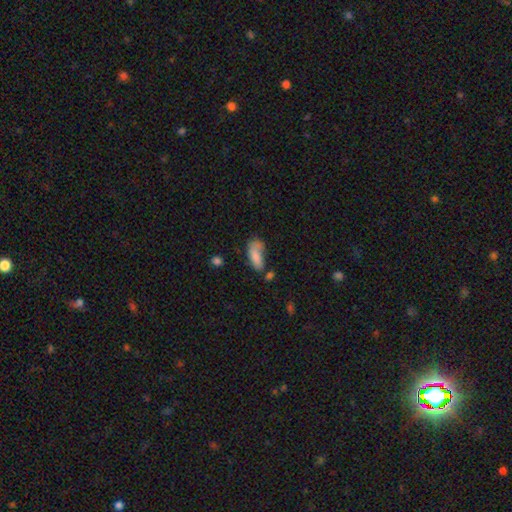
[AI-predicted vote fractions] smooth 80%, featured or disk 11%, star or artifact 9%. Down the decision tree: how rounded — in between (81%); merging — none (38%).